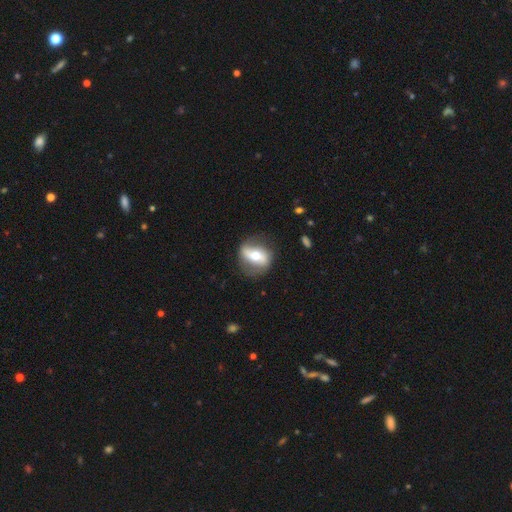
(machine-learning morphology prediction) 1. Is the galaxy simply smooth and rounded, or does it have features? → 63% featured or disk, 30% smooth, 6% star or artifact.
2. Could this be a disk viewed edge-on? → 88% no, 12% yes.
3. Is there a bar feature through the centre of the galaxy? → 44% strong, 30% no, 26% weak.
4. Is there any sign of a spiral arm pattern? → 66% yes, 34% no.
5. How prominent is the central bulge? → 69% moderate, 20% small, 8% large, 1% dominant, 1% none.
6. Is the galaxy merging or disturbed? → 72% none, 18% minor disturbance, 8% major disturbance, 2% merger.